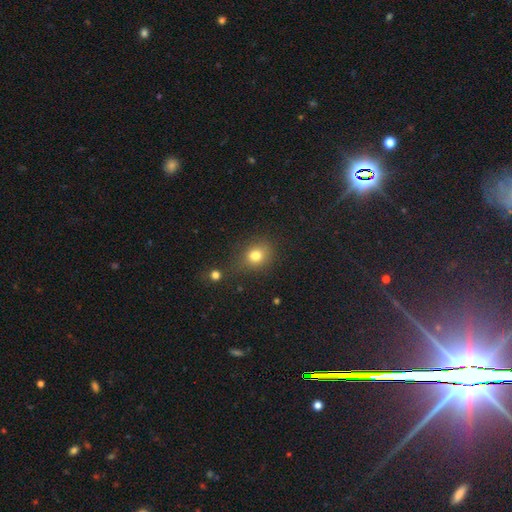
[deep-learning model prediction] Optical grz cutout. It shows a smooth galaxy with no disk features (79%) that is round (65%). Merging: none (68%).